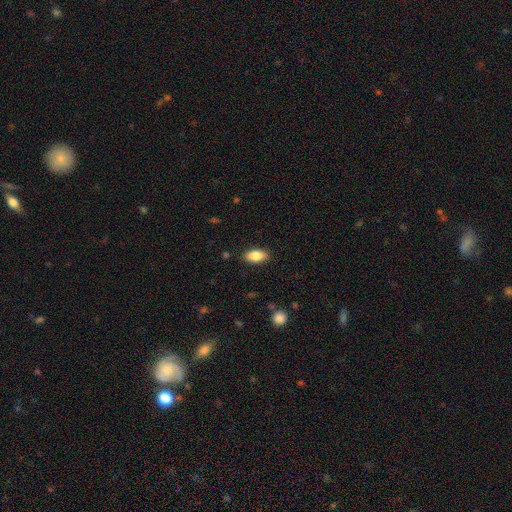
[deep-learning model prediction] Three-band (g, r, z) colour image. It shows a smooth galaxy with no disk features (84%) that is in between round and cigar-shaped (90%). Merging: none (87%).